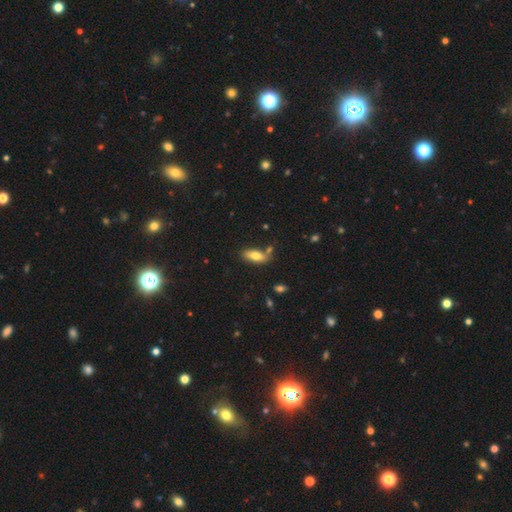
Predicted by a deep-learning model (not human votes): A smooth galaxy with no disk features (73%) that is in between round and cigar-shaped (74%).

Vote fractions:
- Smooth or featured? smooth: 73% / featured or disk: 20% / star or artifact: 7%
- How rounded? in between: 74% / cigar-shaped: 23% / round: 3%
- Merging? none: 74% / minor disturbance: 15% / merger: 8% / major disturbance: 3%